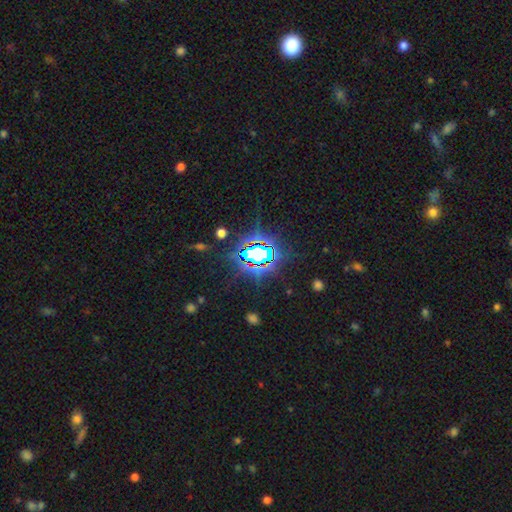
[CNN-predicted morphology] Smooth or featured? star or artifact (82%)